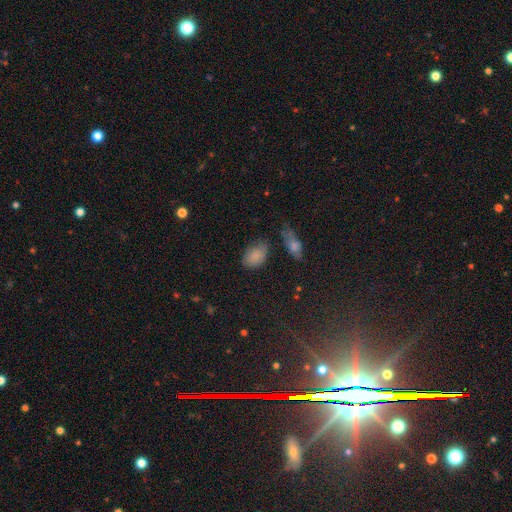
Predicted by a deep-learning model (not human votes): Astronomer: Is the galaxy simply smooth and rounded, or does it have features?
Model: smooth — 82%.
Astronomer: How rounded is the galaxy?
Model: in between — 87%.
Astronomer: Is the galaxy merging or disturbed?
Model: none — 62%.